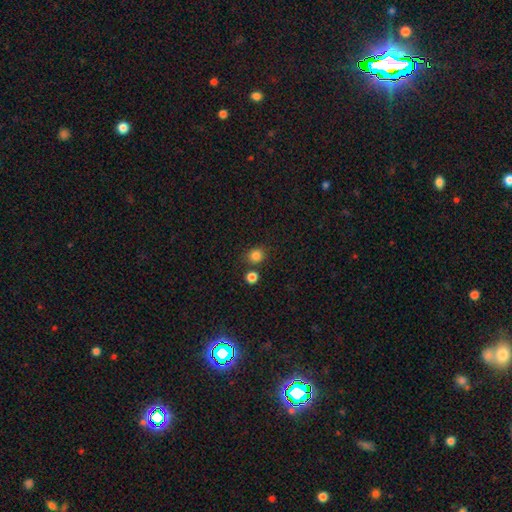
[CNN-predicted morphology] smooth_or_featured: smooth (p=0.83) [alt: star or artifact p=0.12]
how_rounded: round (p=0.81) [alt: in between p=0.18]
merging: none (p=0.76) [alt: merger p=0.12]